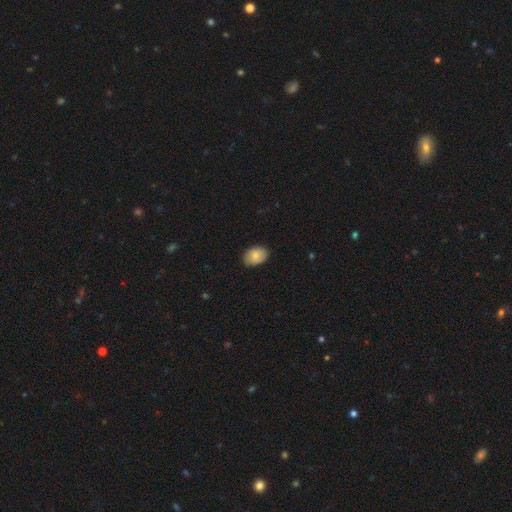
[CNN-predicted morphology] Q: Smooth or featured?
A: smooth (80%); runner-up: featured or disk (14%)
Q: How rounded?
A: in between (83%); runner-up: round (16%)
Q: Merging?
A: none (84%); runner-up: minor disturbance (13%)